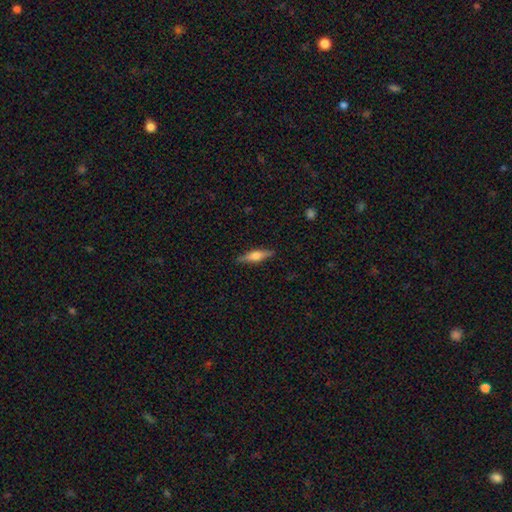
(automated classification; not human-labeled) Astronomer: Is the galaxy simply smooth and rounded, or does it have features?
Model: featured or disk — 54% (runner-up: smooth, 40%).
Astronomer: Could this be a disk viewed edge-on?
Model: yes — 96%.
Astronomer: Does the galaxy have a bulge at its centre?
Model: rounded — 87%.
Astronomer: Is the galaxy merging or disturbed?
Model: none — 89%.